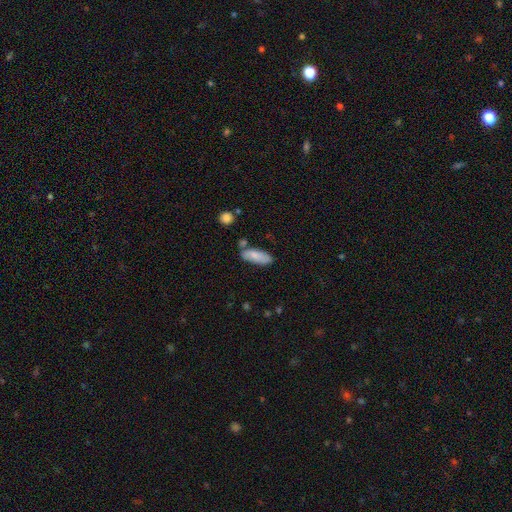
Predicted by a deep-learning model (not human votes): This appears to be a smooth galaxy with no disk features (79%) that is in between round and cigar-shaped (76%). Merging: none (65%).